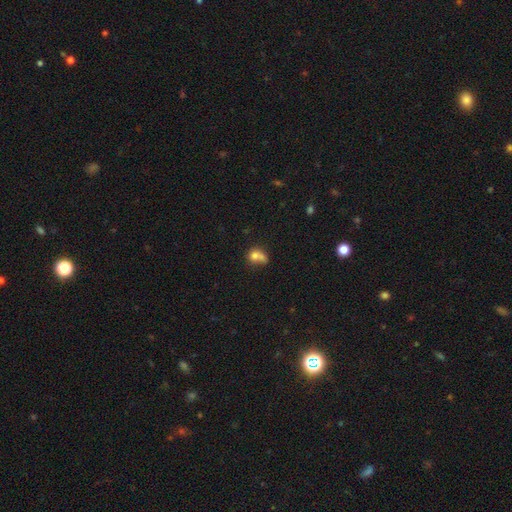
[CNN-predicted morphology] This appears to be a smooth galaxy with no disk features (73%) that is round (58%). Merging: merger (49%).